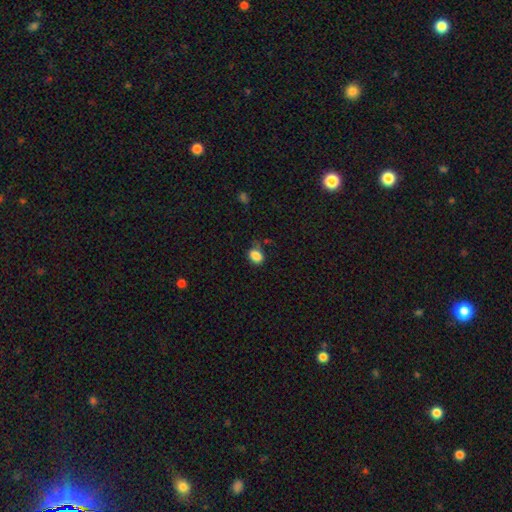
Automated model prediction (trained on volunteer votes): Smooth or featured? Predicted: smooth (p=0.86). How rounded? Predicted: in between (p=0.68). Merging? Predicted: none (p=0.64).